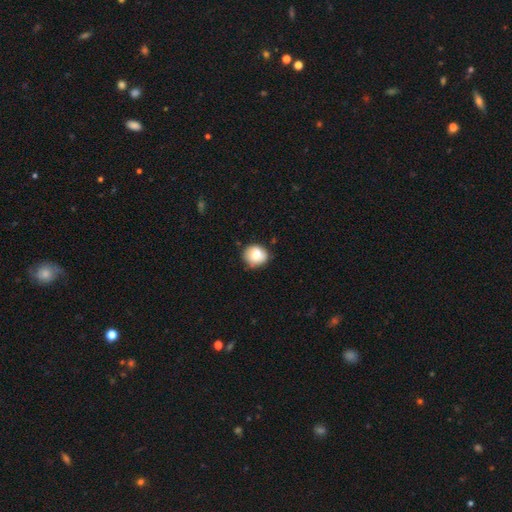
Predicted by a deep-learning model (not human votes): The model was most divided on "merging": none: 72%, minor disturbance: 22%, major disturbance: 4%, merger: 2%. More confident: how rounded — round (78%); smooth or featured — smooth (77%).